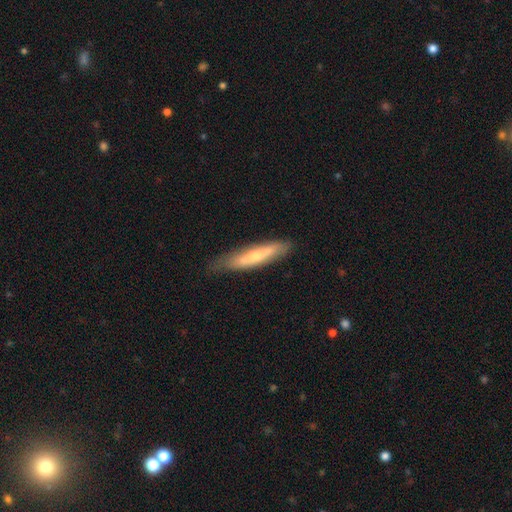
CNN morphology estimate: The model was most divided on "smooth or featured": smooth: 50%, featured or disk: 44%, star or artifact: 6%. More confident: how rounded — cigar-shaped (82%); merging — none (75%).